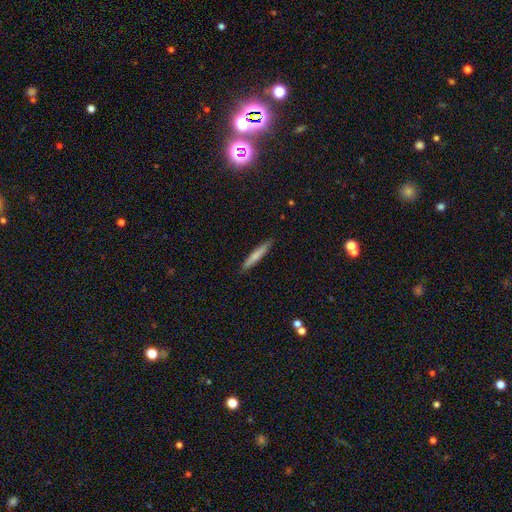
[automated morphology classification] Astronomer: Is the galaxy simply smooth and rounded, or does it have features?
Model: smooth — 70%.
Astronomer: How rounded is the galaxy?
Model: cigar-shaped — 94%.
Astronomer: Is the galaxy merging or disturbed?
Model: none — 90%.